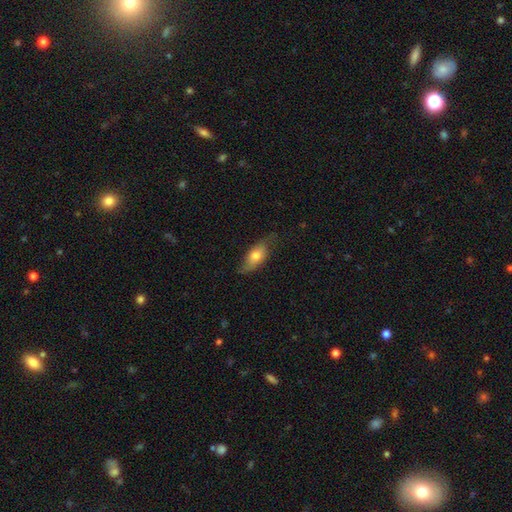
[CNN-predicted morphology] smooth 63%, featured or disk 30%, star or artifact 6%. Down the decision tree: how rounded — in between (83%); merging — none (64%).